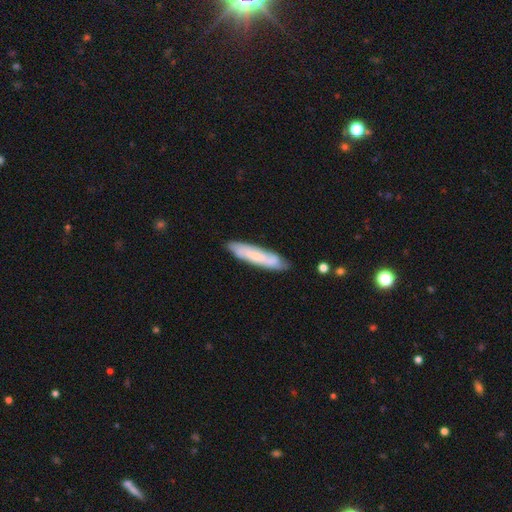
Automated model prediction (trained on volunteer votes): Smooth or featured? Predicted: smooth (p=0.52). How rounded? Predicted: cigar-shaped (p=0.83). Merging? Predicted: none (p=0.82).